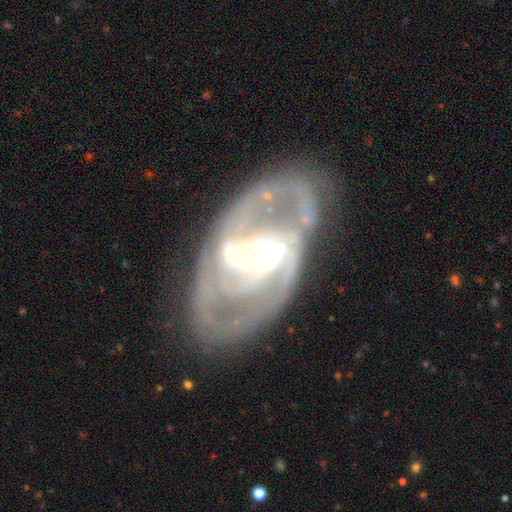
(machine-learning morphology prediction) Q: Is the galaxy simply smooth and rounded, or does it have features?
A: featured or disk — 90%.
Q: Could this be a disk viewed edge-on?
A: no — 96%.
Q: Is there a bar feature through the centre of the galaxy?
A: strong — 56%.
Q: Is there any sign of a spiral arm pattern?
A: yes — 97%.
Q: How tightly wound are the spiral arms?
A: medium — 51%.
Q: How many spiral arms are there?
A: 2 — 60%.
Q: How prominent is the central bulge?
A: small — 48%.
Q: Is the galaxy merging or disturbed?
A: none — 69%.